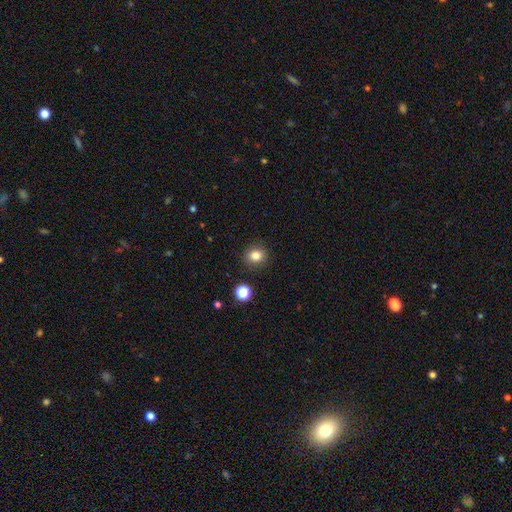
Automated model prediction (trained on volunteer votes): The model was most divided on "how rounded": round: 78%, in between: 21%, cigar-shaped: 1%. More confident: merging — none (89%); smooth or featured — smooth (82%).